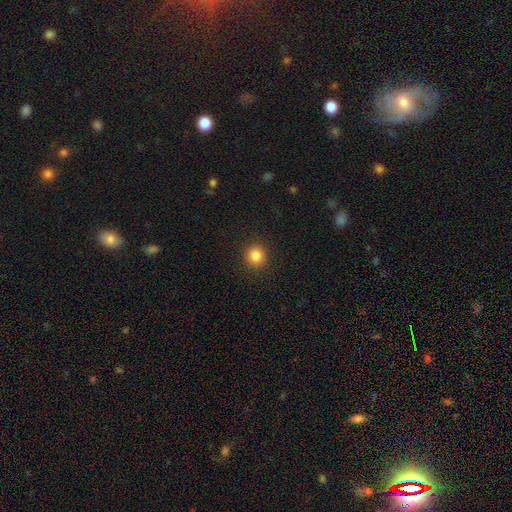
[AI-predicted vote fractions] Morphology: type=smooth (84%); roundness=round (89%); merging=none (92%).